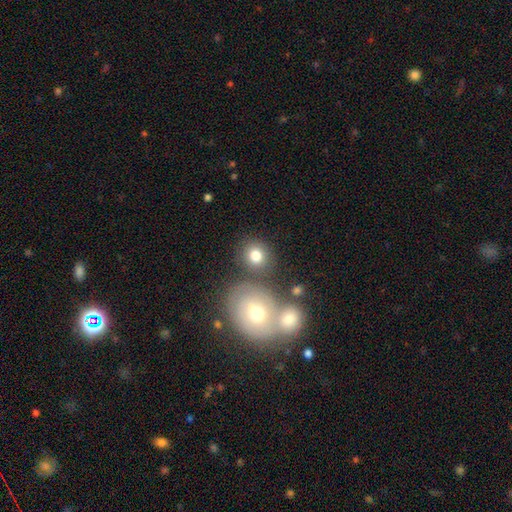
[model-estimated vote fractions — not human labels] Q: Smooth or featured?
A: smooth (80%); runner-up: star or artifact (11%)
Q: How rounded?
A: round (82%); runner-up: in between (17%)
Q: Merging?
A: none (70%); runner-up: merger (16%)